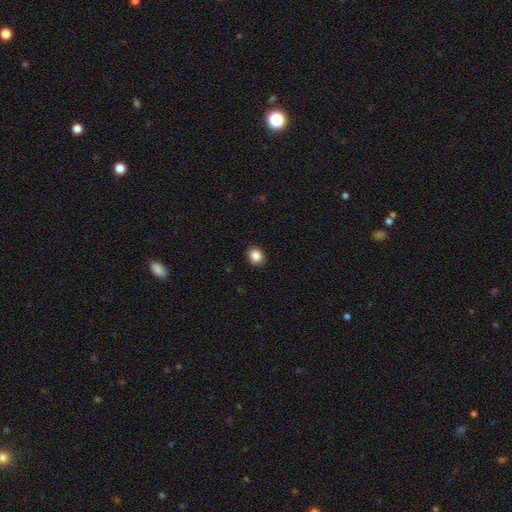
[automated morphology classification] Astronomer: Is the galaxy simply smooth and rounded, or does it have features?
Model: smooth — 86%.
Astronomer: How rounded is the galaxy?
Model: round — 59% (runner-up: in between, 40%).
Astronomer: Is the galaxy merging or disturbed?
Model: none — 91%.